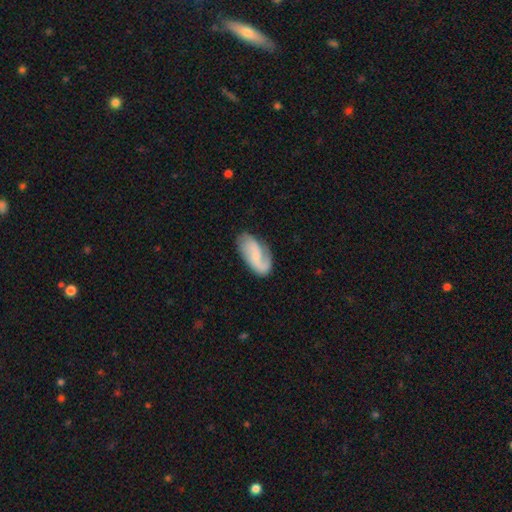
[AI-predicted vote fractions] A featured or disk galaxy (61%) with no bar (44%), 2 (72%) loose (45%) spiral arms (91%) and a small central bulge (46%).

Vote fractions:
- Smooth or featured? featured or disk: 61% / smooth: 33% / star or artifact: 6%
- Edge-on disk? no: 96% / yes: 4%
- Bar? no: 44% / weak: 41% / strong: 14%
- Spiral arms? yes: 91% / no: 9%
- Spiral winding? loose: 45% / medium: 37% / tight: 18%
- Spiral arm count? 2: 72% / 1: 16% / can't tell: 8% / 3: 2% / 4: 1% / more than 4: 1%
- Bulge size? small: 46% / none: 31% / moderate: 18% / large: 3% / dominant: 1%
- Merging? none: 69% / minor disturbance: 21% / major disturbance: 8% / merger: 2%